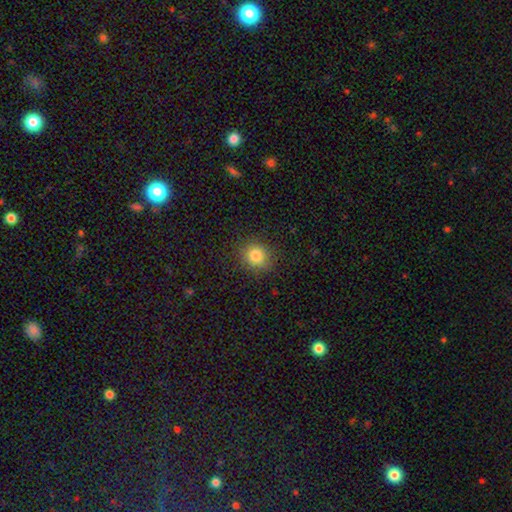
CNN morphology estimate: This appears to be a smooth galaxy with no disk features (82%) that is round (85%). Merging: none (87%).